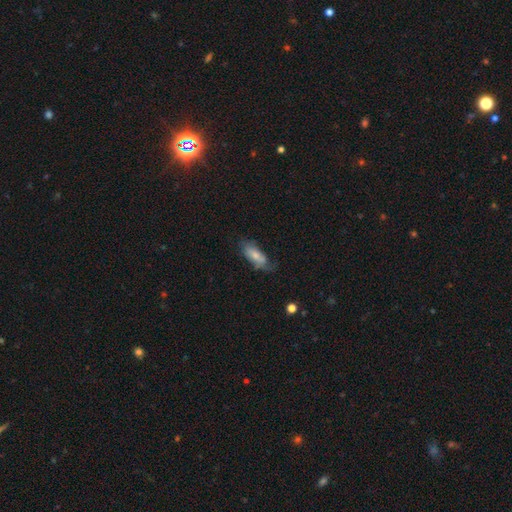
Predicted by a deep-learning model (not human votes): This appears to be a smooth galaxy with no disk features (67%) that is in between round and cigar-shaped (77%). Merging: none (51%).